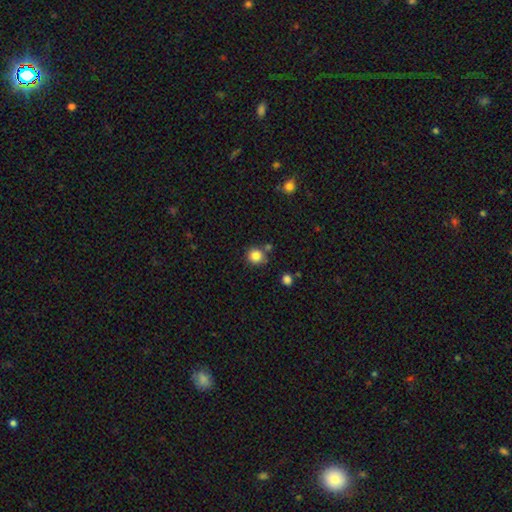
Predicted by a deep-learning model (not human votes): Q: Smooth or featured?
A: smooth (84%); runner-up: star or artifact (11%)
Q: How rounded?
A: round (91%); runner-up: in between (8%)
Q: Merging?
A: none (76%); runner-up: minor disturbance (11%)